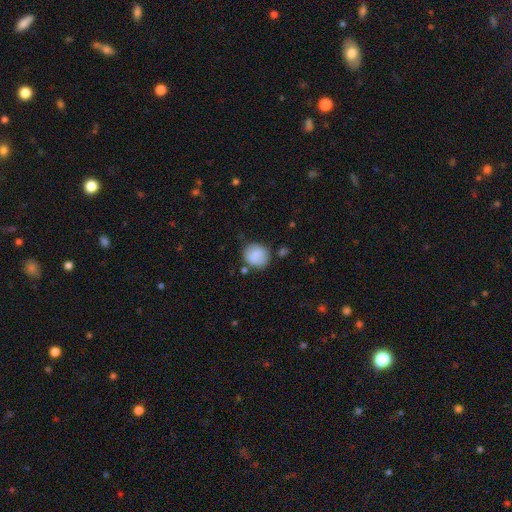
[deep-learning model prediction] smooth 83%, featured or disk 9%, star or artifact 8%. Down the decision tree: how rounded — round (77%); merging — none (72%).